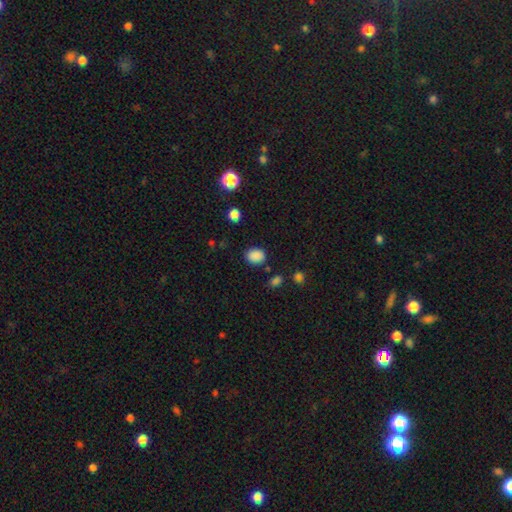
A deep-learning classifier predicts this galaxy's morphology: Smooth or featured?
  - smooth: 87% *
  - star or artifact: 10%
  - featured or disk: 3%
How rounded?
  - in between: 56% *
  - round: 43%
  - cigar-shaped: 1%
Merging?
  - none: 81% *
  - minor disturbance: 12%
  - major disturbance: 4%
  - merger: 3%